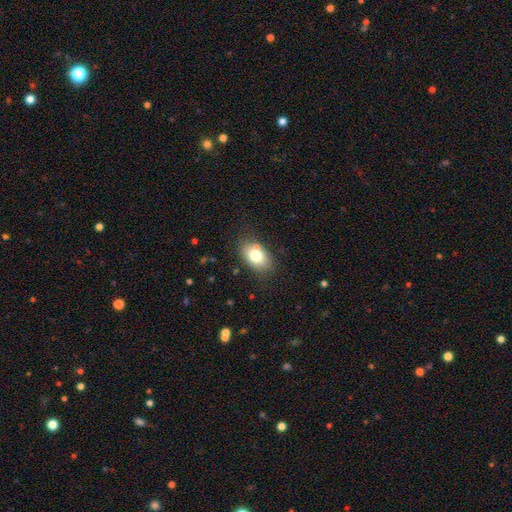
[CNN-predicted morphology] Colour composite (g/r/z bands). It shows a smooth galaxy with no disk features (76%) that is in between round and cigar-shaped (85%). Merging: none (77%).